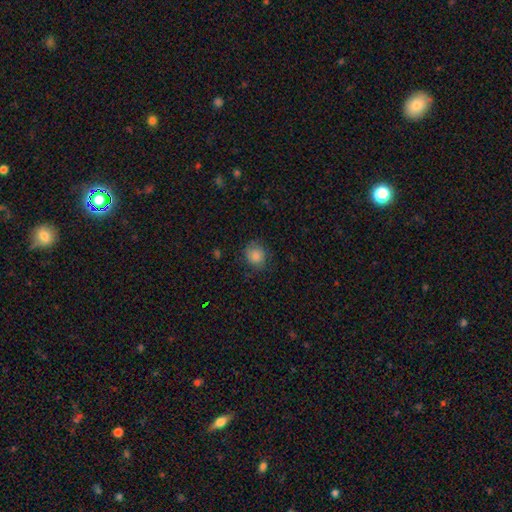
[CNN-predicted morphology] This is clearly a smooth galaxy (85%). How rounded: likely round (79%). Merging: likely none (75%).